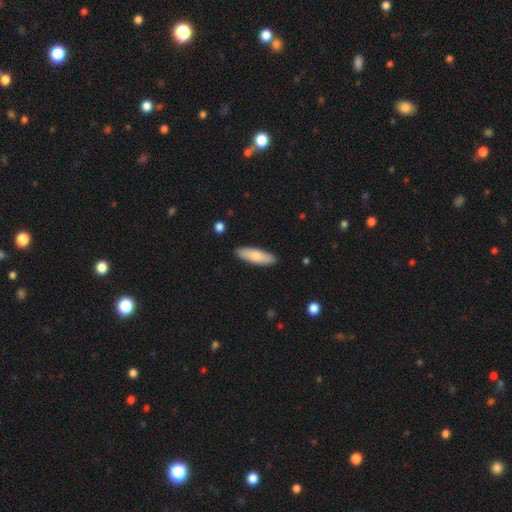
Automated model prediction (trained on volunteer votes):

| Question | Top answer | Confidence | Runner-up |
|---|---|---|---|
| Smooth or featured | smooth | 80% | featured or disk (15%) |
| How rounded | cigar-shaped | 53% | in between (46%) |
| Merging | none | 90% | minor disturbance (8%) |